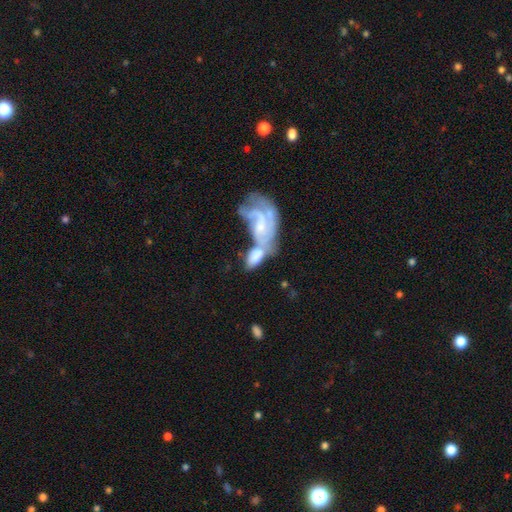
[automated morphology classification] Smooth or featured?
  - featured or disk: 47% *
  - smooth: 46%
  - star or artifact: 7%
Merging?
  - merger: 66% *
  - none: 15%
  - major disturbance: 10%
  - minor disturbance: 9%